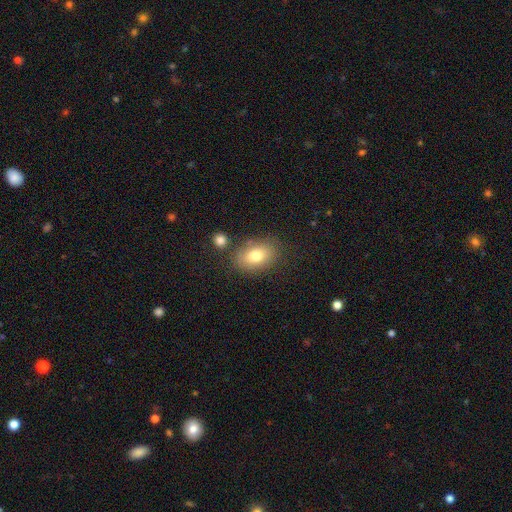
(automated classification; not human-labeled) Smooth or featured? Predicted: smooth (p=0.78). How rounded? Predicted: in between (p=0.84). Merging? Predicted: none (p=0.76).